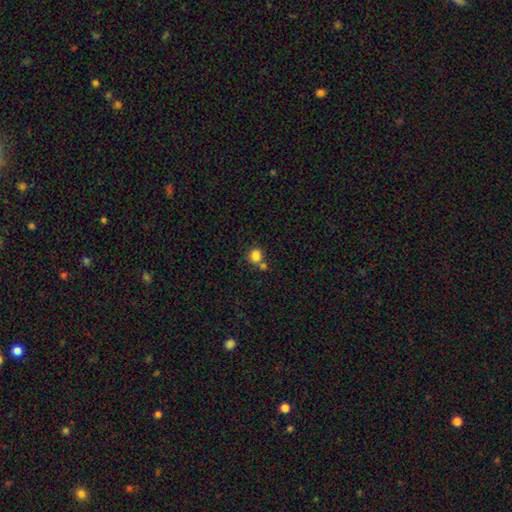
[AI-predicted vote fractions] Overall: smooth (84%). How rounded: round (72%). Merging: none (52%; merger 33%).